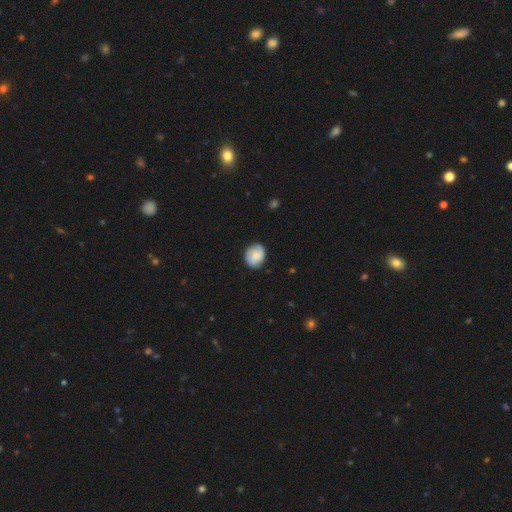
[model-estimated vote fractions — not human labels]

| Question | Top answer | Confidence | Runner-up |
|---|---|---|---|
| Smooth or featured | smooth | 64% | featured or disk (29%) |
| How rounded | round | 66% | in between (33%) |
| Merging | none | 76% | minor disturbance (19%) |